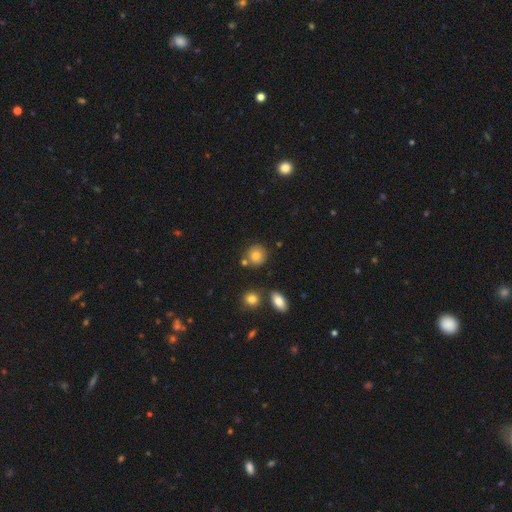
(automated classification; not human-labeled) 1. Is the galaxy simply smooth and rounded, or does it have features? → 79% smooth, 11% featured or disk, 10% star or artifact.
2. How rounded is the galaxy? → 86% round, 13% in between, 1% cigar-shaped.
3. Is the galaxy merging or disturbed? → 78% none, 11% minor disturbance, 8% merger, 3% major disturbance.